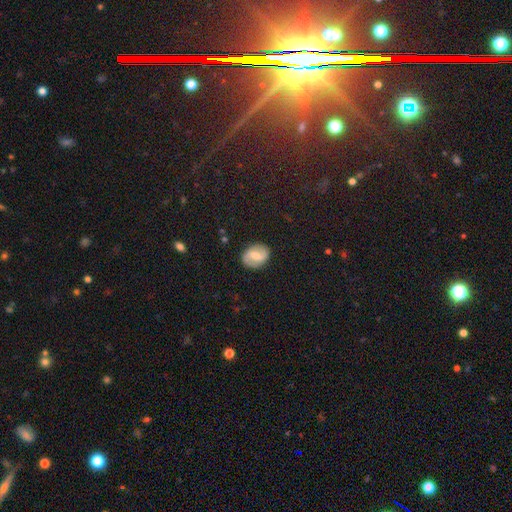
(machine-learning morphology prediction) This appears to be a featured or disk galaxy (64%) with a weak bar (51%), 2 (90%) medium (46%) spiral arms (87%) and a moderate central bulge (52%). Merging: none (85%).